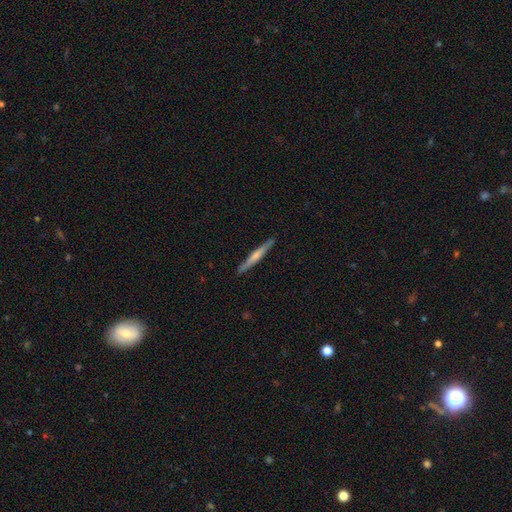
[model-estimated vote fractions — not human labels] Smooth or featured? Predicted: featured or disk (p=0.50). Edge-on disk? Predicted: yes (p=0.97). Merging? Predicted: none (p=0.90).